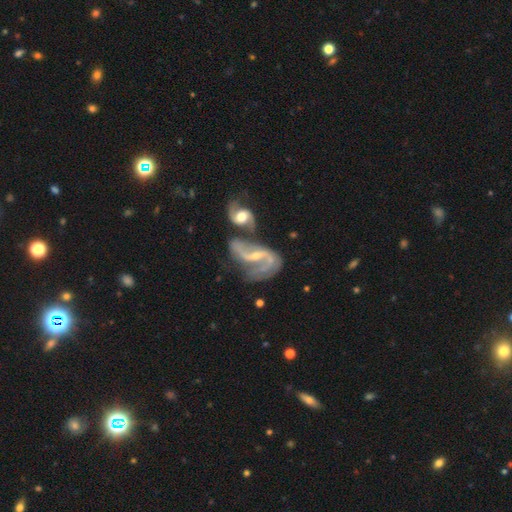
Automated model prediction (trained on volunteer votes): Q: Smooth or featured?
A: featured or disk (86%); runner-up: smooth (7%)
Q: Edge-on disk?
A: no (96%); runner-up: yes (4%)
Q: Bar?
A: weak (43%); runner-up: strong (33%)
Q: Spiral arms?
A: yes (93%); runner-up: no (7%)
Q: Spiral winding?
A: loose (51%); runner-up: medium (37%)
Q: Spiral arm count?
A: 2 (82%); runner-up: can't tell (7%)
Q: Bulge size?
A: small (61%); runner-up: moderate (32%)
Q: Merging?
A: merger (49%); runner-up: none (23%)